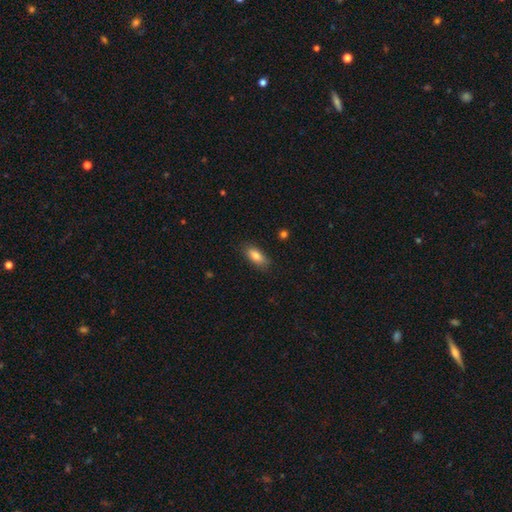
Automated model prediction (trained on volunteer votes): This appears to be a smooth galaxy with no disk features (81%) that is in between round and cigar-shaped (80%). Merging: none (82%).